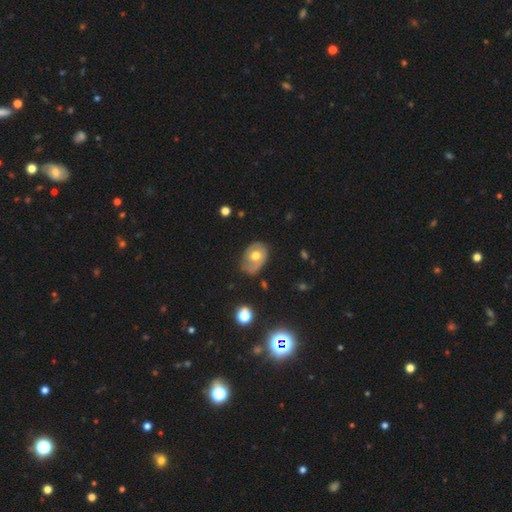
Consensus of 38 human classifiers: smooth-or-featured: smooth: 50% (tied) | featured or disk: 50% (tied) | star or artifact: 0%
  how-rounded: in between: 89% | round: 11% | cigar-shaped: 0%
  merging: minor disturbance: 45% | none: 39% | major disturbance: 16% | merger: 0%